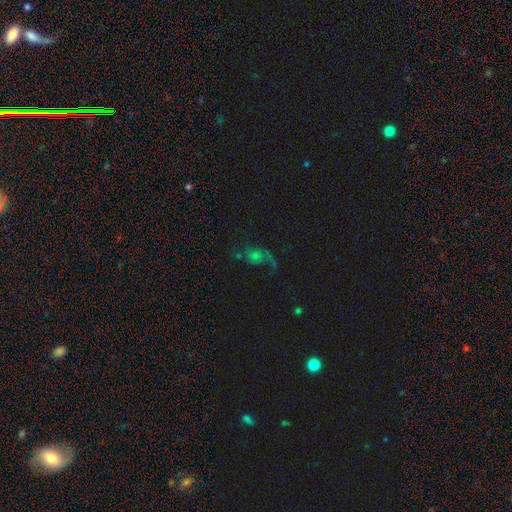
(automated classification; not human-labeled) Smooth or featured: featured or disk — 47% (smooth — 29%)
Merging: none — 41% (major disturbance — 34%)